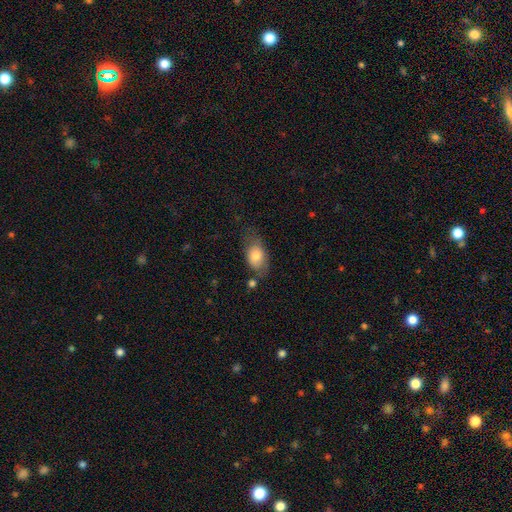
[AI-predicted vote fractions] Smooth or featured? Predicted: smooth (p=0.77). How rounded? Predicted: in between (p=0.86). Merging? Predicted: none (p=0.55).